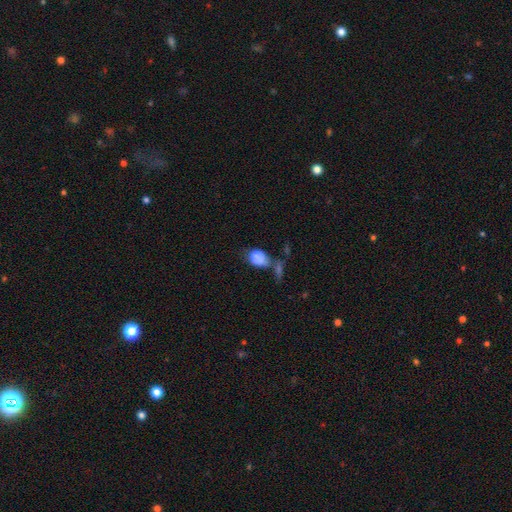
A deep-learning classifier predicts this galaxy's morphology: Smooth or featured?
  - smooth: 77% *
  - featured or disk: 14%
  - star or artifact: 9%
How rounded?
  - in between: 72% *
  - round: 26%
  - cigar-shaped: 2%
Merging?
  - merger: 33% *
  - none: 28%
  - minor disturbance: 21%
  - major disturbance: 18%